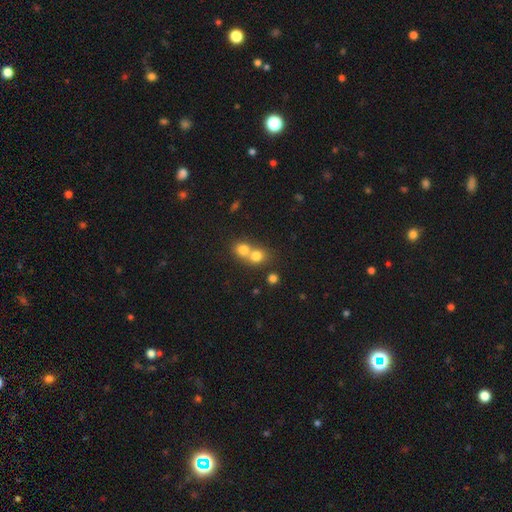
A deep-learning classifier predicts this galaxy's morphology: smooth-or-featured: smooth: 75% | star or artifact: 13% | featured or disk: 12%
  how-rounded: round: 79% | in between: 20% | cigar-shaped: 1%
  merging: merger: 62% | none: 31% | minor disturbance: 4% | major disturbance: 2%